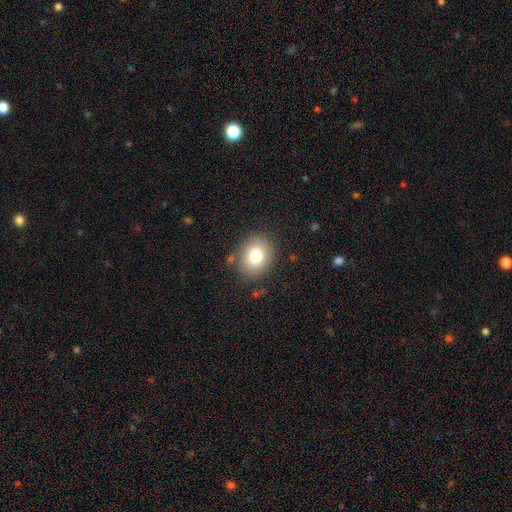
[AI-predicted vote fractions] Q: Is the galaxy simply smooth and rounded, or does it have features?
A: smooth — 77%.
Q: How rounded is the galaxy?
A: round — 56%.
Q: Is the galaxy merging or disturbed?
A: none — 84%.